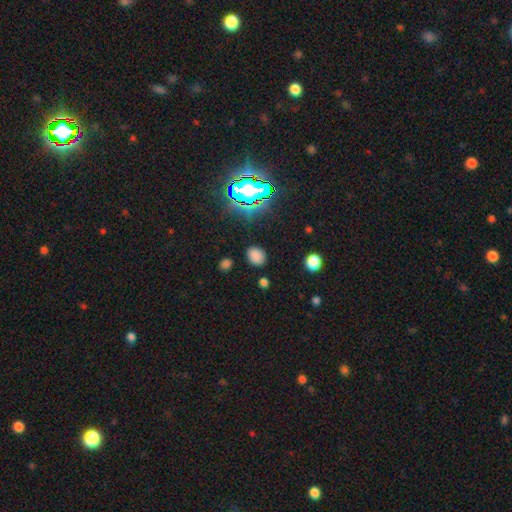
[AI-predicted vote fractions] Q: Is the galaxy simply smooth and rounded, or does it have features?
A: smooth — 74%.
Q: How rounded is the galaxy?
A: in between — 55%.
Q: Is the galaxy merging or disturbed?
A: none — 85%.